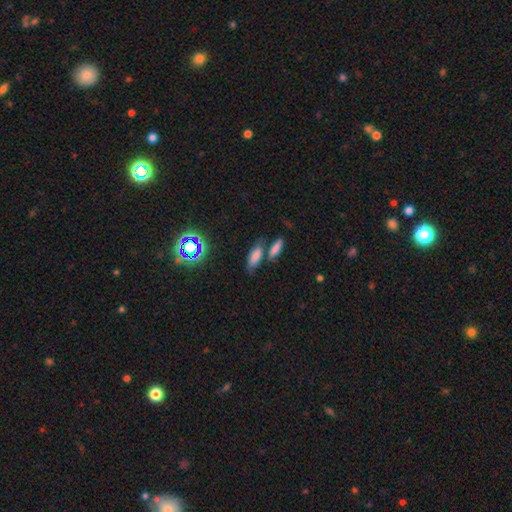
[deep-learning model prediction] smooth-or-featured: smooth: 72% | star or artifact: 16% | featured or disk: 12%
  how-rounded: in between: 70% | cigar-shaped: 26% | round: 5%
  merging: none: 56% | merger: 25% | minor disturbance: 14% | major disturbance: 5%